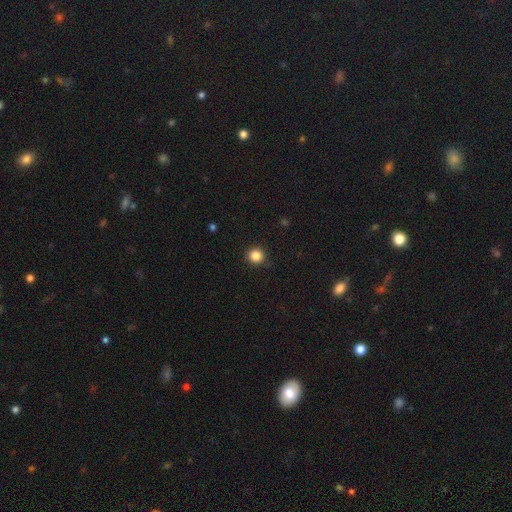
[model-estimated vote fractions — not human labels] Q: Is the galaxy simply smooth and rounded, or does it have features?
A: smooth — 85%.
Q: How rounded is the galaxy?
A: round — 93%.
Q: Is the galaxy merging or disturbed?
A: none — 90%.